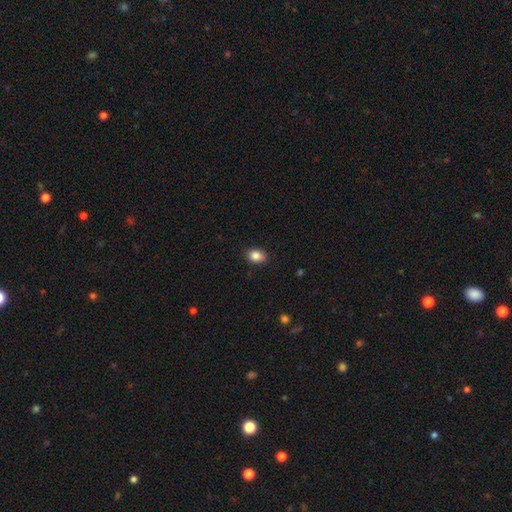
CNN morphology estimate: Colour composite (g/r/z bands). It shows a smooth galaxy with no disk features (86%) that is in between round and cigar-shaped (73%). Merging: none (87%).